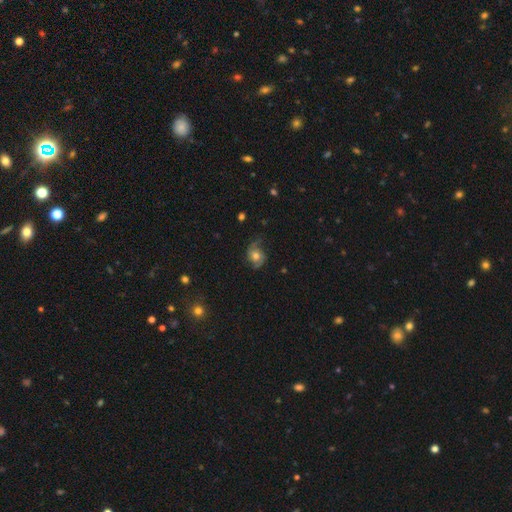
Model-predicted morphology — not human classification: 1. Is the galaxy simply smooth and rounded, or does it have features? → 67% featured or disk, 24% smooth, 9% star or artifact.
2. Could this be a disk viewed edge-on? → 97% no, 3% yes.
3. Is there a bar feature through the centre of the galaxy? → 74% no, 22% weak, 4% strong.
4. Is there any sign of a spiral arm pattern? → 92% yes, 8% no.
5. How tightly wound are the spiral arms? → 44% medium, 36% loose, 19% tight.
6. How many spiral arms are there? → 84% 2, 7% can't tell, 3% 1, 3% 3, 1% 4, 1% more than 4.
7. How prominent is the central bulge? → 64% moderate, 17% large, 15% small, 2% none, 2% dominant.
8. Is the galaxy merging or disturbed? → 66% none, 22% minor disturbance, 11% major disturbance, 1% merger.